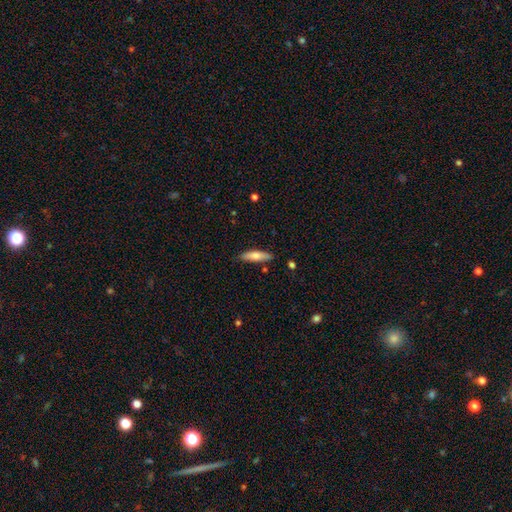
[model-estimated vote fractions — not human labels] This is likely a smooth galaxy (71%). How rounded: likely cigar-shaped (66%). Merging: clearly none (84%).